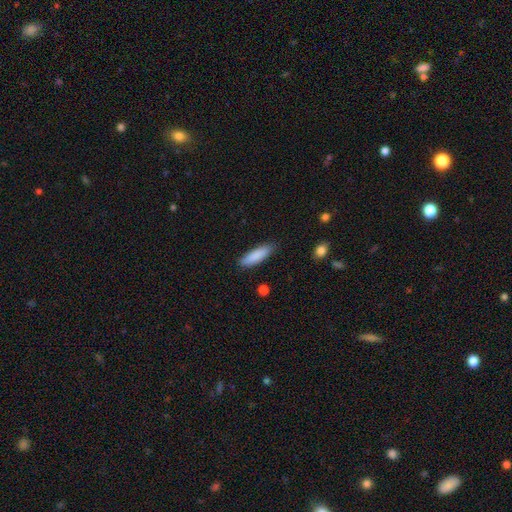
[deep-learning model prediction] Smooth or featured?
  - smooth: 88% *
  - featured or disk: 7%
  - star or artifact: 6%
How rounded?
  - cigar-shaped: 57% *
  - in between: 41%
  - round: 1%
Merging?
  - none: 87% *
  - minor disturbance: 10%
  - major disturbance: 2%
  - merger: 1%